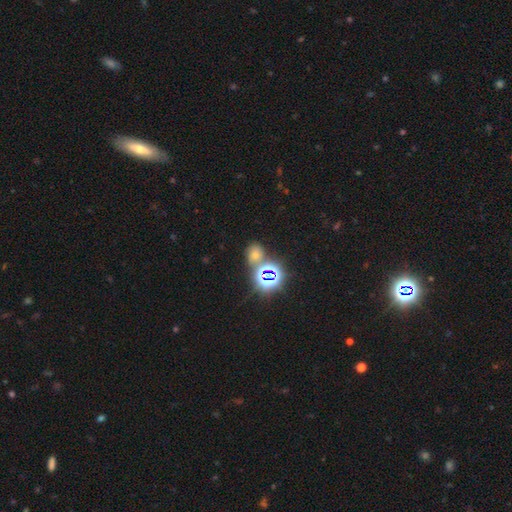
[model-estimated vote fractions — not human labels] smooth 47%, star or artifact 44%, featured or disk 10%. Down the decision tree: merging — none (63%).